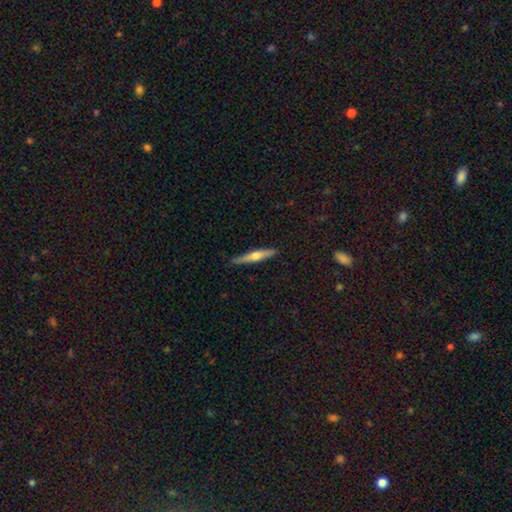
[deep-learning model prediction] featured or disk 54%, smooth 41%, star or artifact 6%. Down the decision tree: edge-on disk — yes (96%); edge-on bulge — rounded (90%); merging — none (86%).